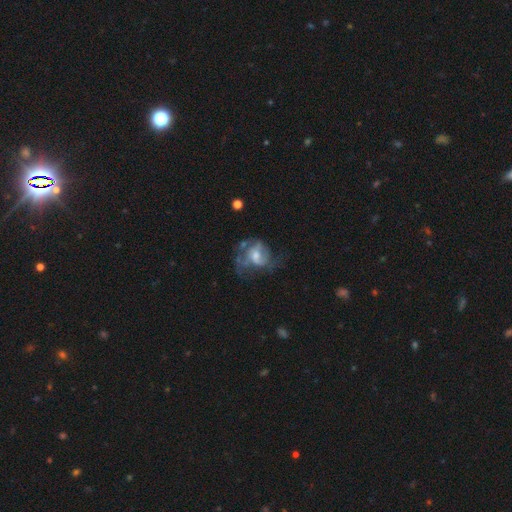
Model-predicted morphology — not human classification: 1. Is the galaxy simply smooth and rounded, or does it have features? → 64% featured or disk, 27% smooth, 9% star or artifact.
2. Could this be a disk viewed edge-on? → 97% no, 3% yes.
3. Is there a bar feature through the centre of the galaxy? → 57% no, 36% weak, 7% strong.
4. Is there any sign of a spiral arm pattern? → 64% yes, 36% no.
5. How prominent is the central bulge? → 50% moderate, 32% small, 9% large, 8% none, 1% dominant.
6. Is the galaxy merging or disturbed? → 37% major disturbance, 36% none, 22% minor disturbance, 4% merger.